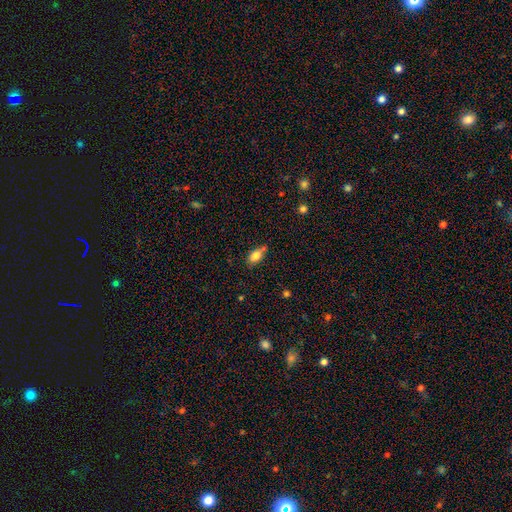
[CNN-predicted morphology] Smooth or featured?
  - smooth: 81% *
  - featured or disk: 10%
  - star or artifact: 9%
How rounded?
  - in between: 86% *
  - round: 10%
  - cigar-shaped: 5%
Merging?
  - none: 55% *
  - minor disturbance: 23%
  - merger: 15%
  - major disturbance: 6%